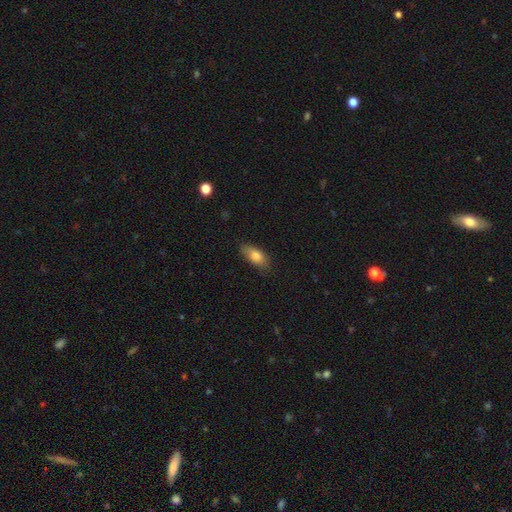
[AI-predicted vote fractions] The model was most divided on "merging": none: 78%, minor disturbance: 17%, major disturbance: 3%, merger: 1%. More confident: how rounded — in between (82%); smooth or featured — smooth (79%).